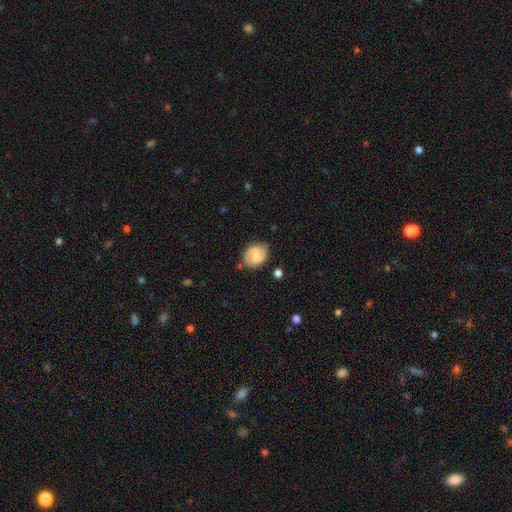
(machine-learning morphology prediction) type=featured or disk (61%); edge-on=no (97%); bar=weak (53%); spiral arms=yes (84%); bulge=moderate (57%); merging=none (76%).